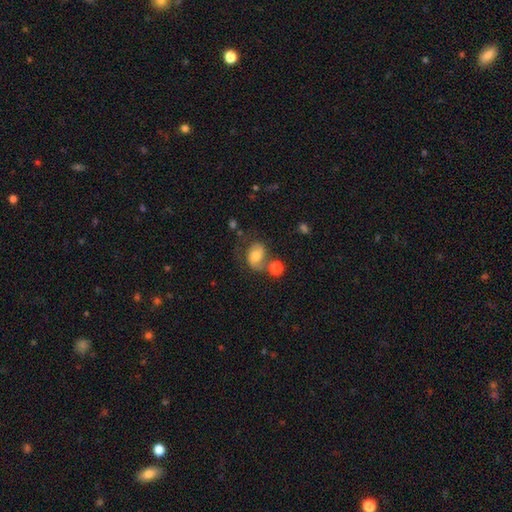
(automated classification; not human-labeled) Smooth or featured? smooth (63%)
How rounded? in between (65%)
Merging? none (43%)